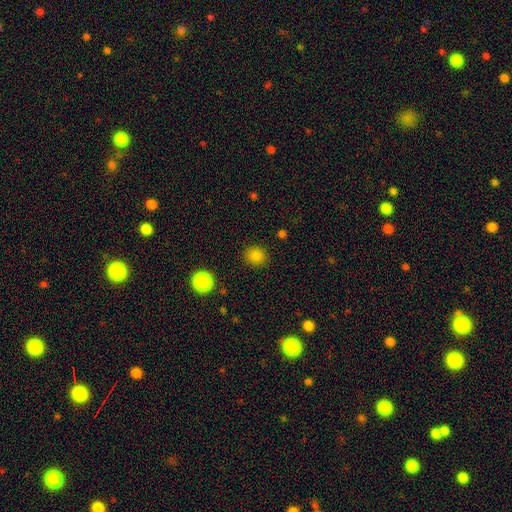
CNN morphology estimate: The model was most divided on "how rounded": round: 83%, in between: 16%, cigar-shaped: 1%. More confident: merging — none (89%); smooth or featured — smooth (83%).